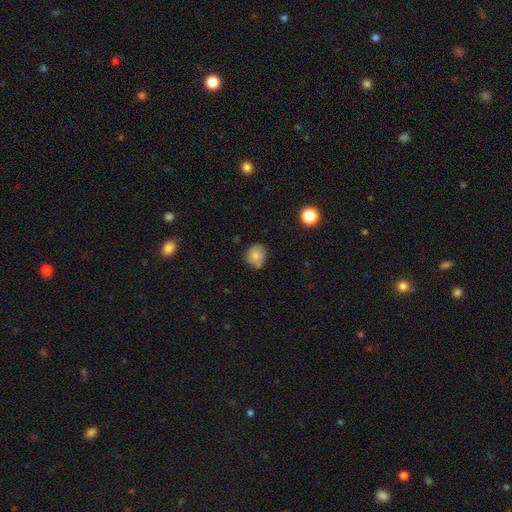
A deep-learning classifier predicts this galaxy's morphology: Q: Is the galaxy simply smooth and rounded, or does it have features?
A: smooth — 72%.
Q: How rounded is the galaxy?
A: round — 76%.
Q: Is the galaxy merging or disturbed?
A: none — 62%.